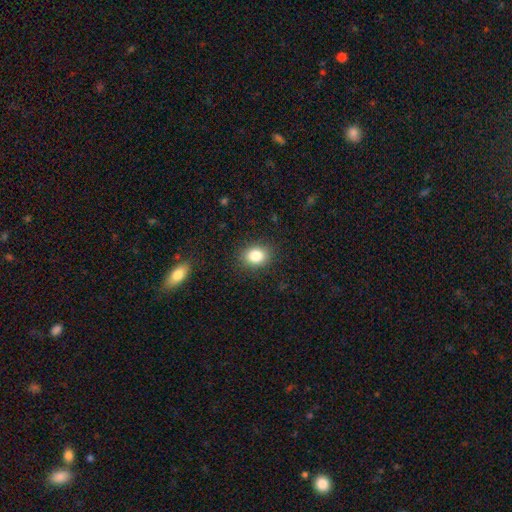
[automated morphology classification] Q: Smooth or featured?
A: smooth (83%); runner-up: star or artifact (10%)
Q: How rounded?
A: in between (50%); runner-up: round (49%)
Q: Merging?
A: none (88%); runner-up: minor disturbance (8%)